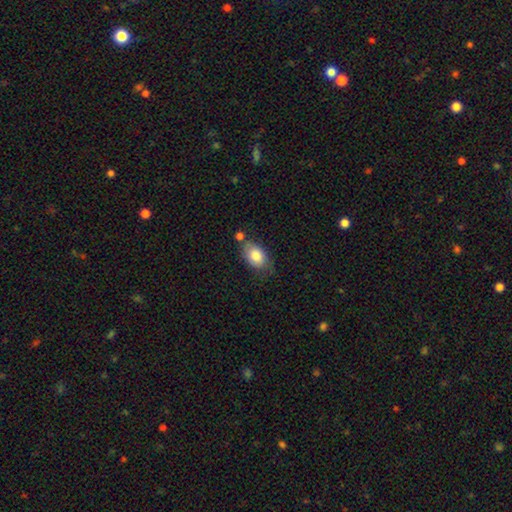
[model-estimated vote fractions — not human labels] smooth-or-featured: smooth: 82% | featured or disk: 11% | star or artifact: 7%
  how-rounded: in between: 87% | round: 12% | cigar-shaped: 2%
  merging: none: 56% | minor disturbance: 25% | merger: 12% | major disturbance: 8%